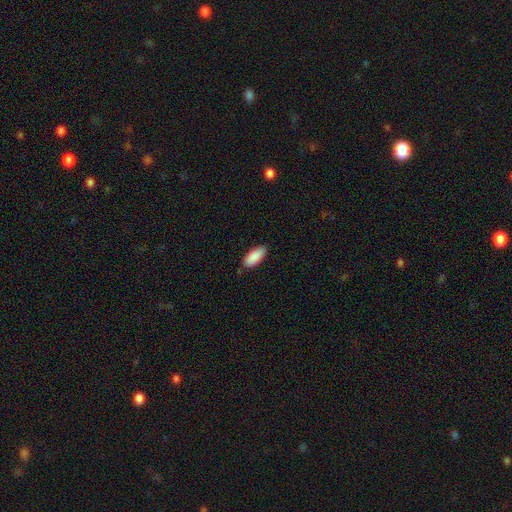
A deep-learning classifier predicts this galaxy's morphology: The model was most divided on "merging": none: 83%, minor disturbance: 14%, major disturbance: 2%, merger: 1%. More confident: smooth or featured — smooth (90%); how rounded — in between (86%).